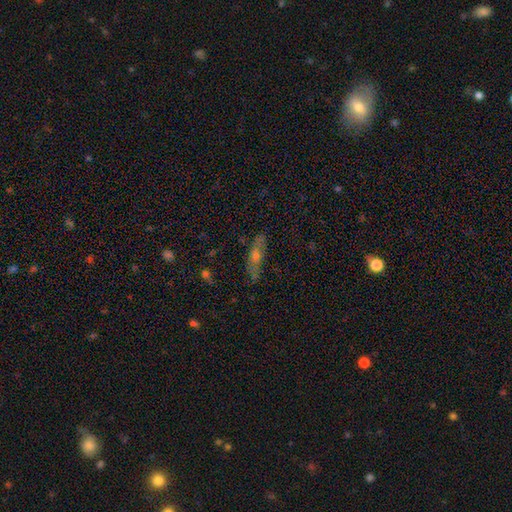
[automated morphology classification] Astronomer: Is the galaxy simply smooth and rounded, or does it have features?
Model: featured or disk — 49% (runner-up: smooth, 39%).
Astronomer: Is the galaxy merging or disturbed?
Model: none — 80%.